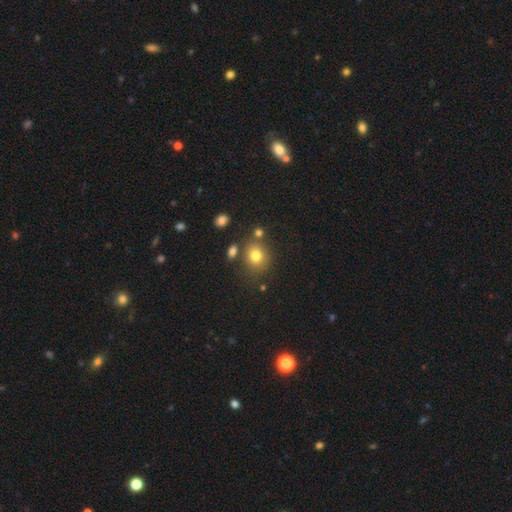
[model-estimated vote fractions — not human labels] Smooth or featured? smooth (78%)
How rounded? round (68%)
Merging? none (73%)